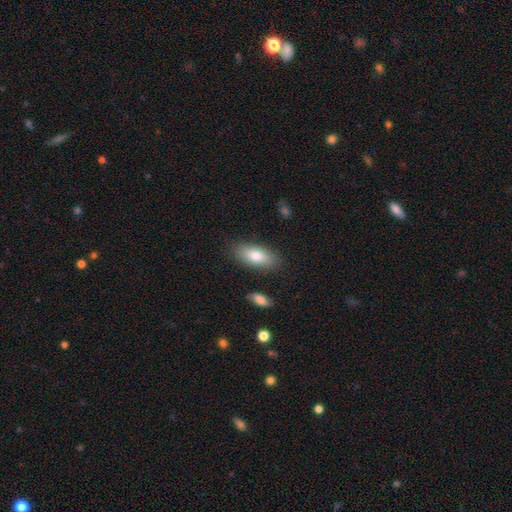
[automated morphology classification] type=smooth (80%); roundness=in between (81%); merging=none (86%).